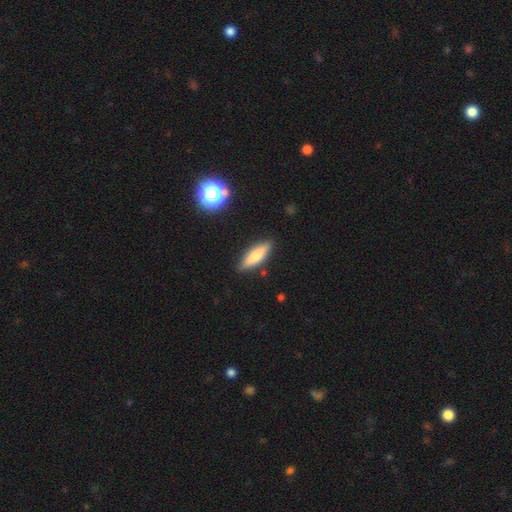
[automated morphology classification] This appears to be a smooth galaxy with no disk features (69%) that is cigar-shaped (56%). Merging: none (86%).